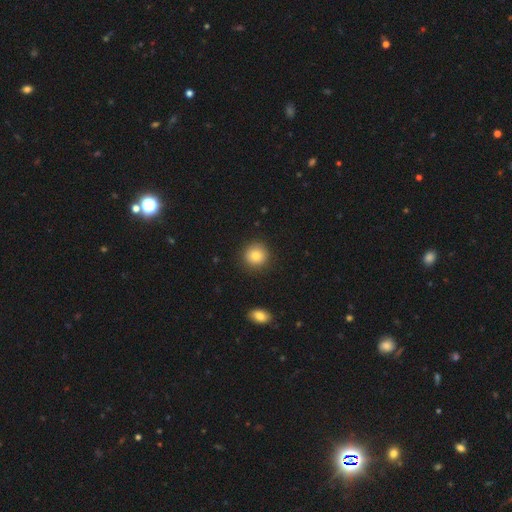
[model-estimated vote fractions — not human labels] Smooth or featured?
  - smooth: 82% *
  - star or artifact: 10%
  - featured or disk: 8%
How rounded?
  - round: 92% *
  - in between: 7%
  - cigar-shaped: 1%
Merging?
  - none: 90% *
  - minor disturbance: 6%
  - major disturbance: 2%
  - merger: 1%